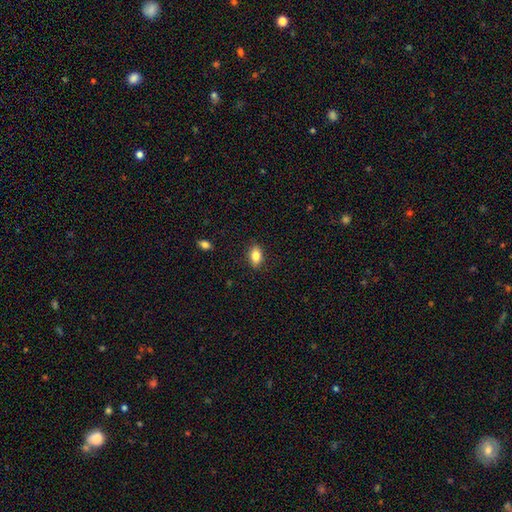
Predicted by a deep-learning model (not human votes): Smooth or featured?
  - smooth: 82% *
  - featured or disk: 10%
  - star or artifact: 8%
How rounded?
  - in between: 86% *
  - round: 10%
  - cigar-shaped: 4%
Merging?
  - none: 88% *
  - minor disturbance: 9%
  - major disturbance: 2%
  - merger: 1%